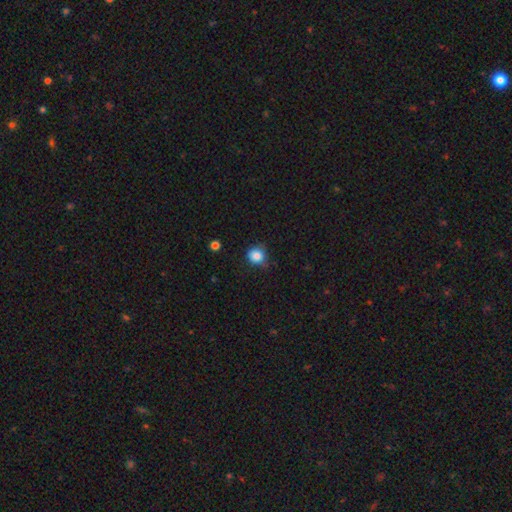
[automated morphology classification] Smooth or featured? smooth (85%)
How rounded? round (84%)
Merging? none (68%)